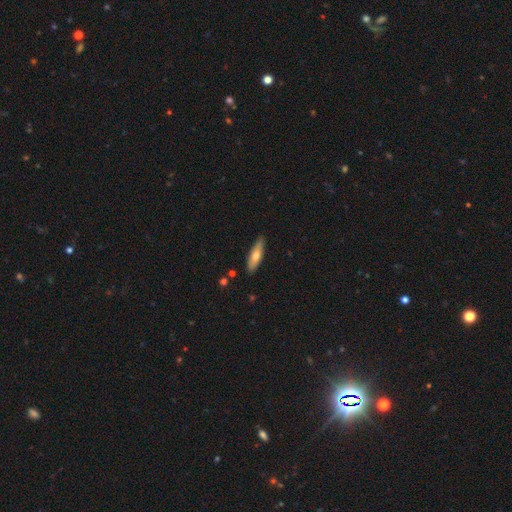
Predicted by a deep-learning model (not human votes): This appears to be a smooth galaxy with no disk features (59%) that is cigar-shaped (59%). Merging: none (86%).